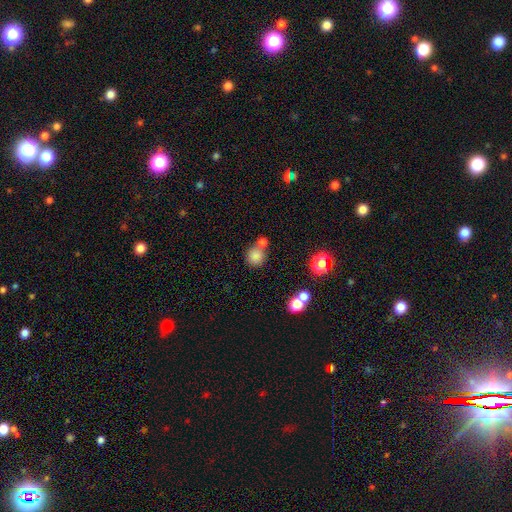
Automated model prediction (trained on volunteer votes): Smooth or featured?
  - smooth: 81% *
  - star or artifact: 12%
  - featured or disk: 7%
How rounded?
  - round: 87% *
  - in between: 12%
  - cigar-shaped: 1%
Merging?
  - none: 55% *
  - merger: 32%
  - minor disturbance: 9%
  - major disturbance: 4%